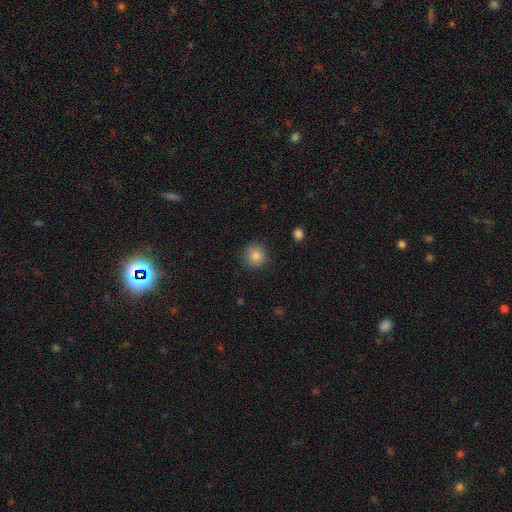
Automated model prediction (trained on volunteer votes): Morphology: type=smooth (85%); roundness=round (92%); merging=none (87%).